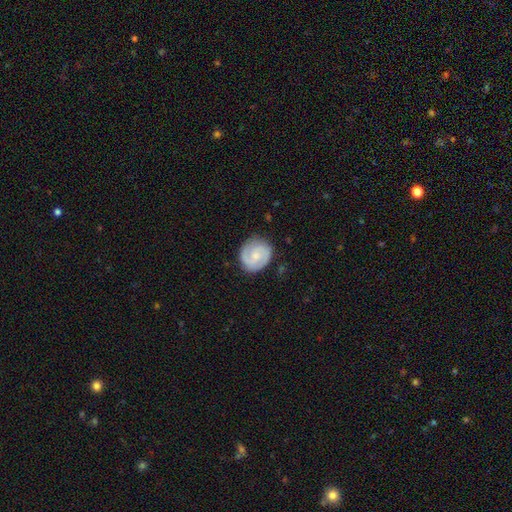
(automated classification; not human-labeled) A featured or disk galaxy (67%) with no bar (56%), 2 (77%) tight (52%) spiral arms (94%) and a small central bulge (53%).

Vote fractions:
- Smooth or featured? featured or disk: 67% / smooth: 27% / star or artifact: 6%
- Edge-on disk? no: 98% / yes: 2%
- Bar? no: 56% / weak: 39% / strong: 6%
- Spiral arms? yes: 94% / no: 6%
- Spiral winding? tight: 52% / medium: 37% / loose: 10%
- Spiral arm count? 2: 77% / can't tell: 10% / 1: 6% / 3: 5% / 4: 1% / more than 4: 1%
- Bulge size? small: 53% / moderate: 32% / none: 12% / large: 2% / dominant: 1%
- Merging? none: 81% / minor disturbance: 14% / major disturbance: 4% / merger: 1%